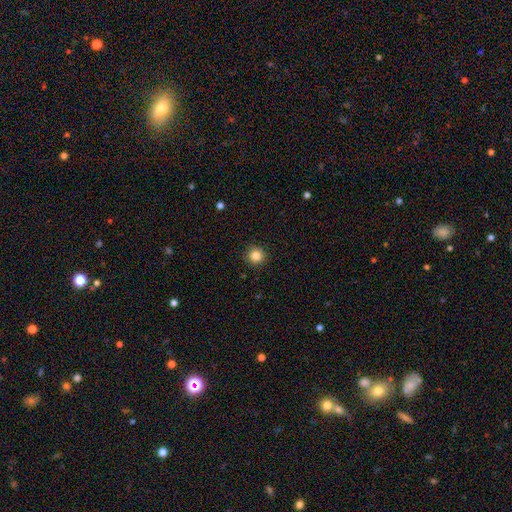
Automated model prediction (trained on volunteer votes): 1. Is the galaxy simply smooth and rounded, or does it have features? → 84% smooth, 11% star or artifact, 5% featured or disk.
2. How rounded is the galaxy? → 94% round, 5% in between, 1% cigar-shaped.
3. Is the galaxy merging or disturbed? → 92% none, 5% minor disturbance, 2% major disturbance, 1% merger.